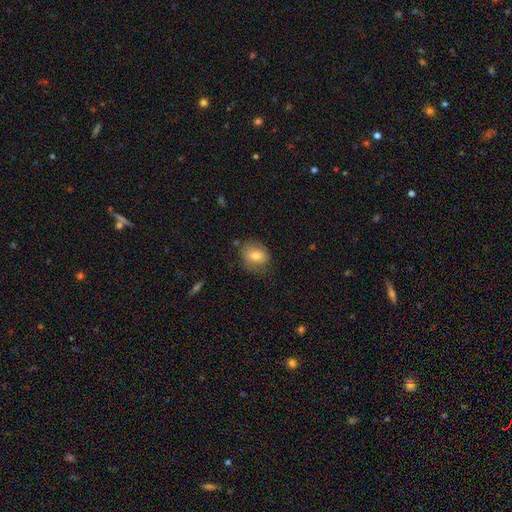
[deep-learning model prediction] Overall: smooth (70%). How rounded: in between (51%; round 48%). Merging: none (66%).